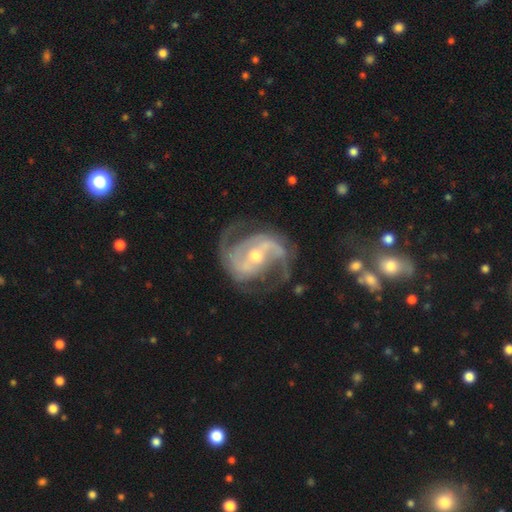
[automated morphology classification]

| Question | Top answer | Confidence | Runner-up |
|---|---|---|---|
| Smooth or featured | featured or disk | 91% | star or artifact (5%) |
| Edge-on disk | no | 97% | yes (3%) |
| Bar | weak | 38% | tied: strong (38%) |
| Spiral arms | yes | 97% | no (3%) |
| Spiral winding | medium | 54% | tight (24%) |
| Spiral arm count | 2 | 81% | 3 (7%) |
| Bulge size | moderate | 56% | small (39%) |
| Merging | none | 70% | minor disturbance (16%) |